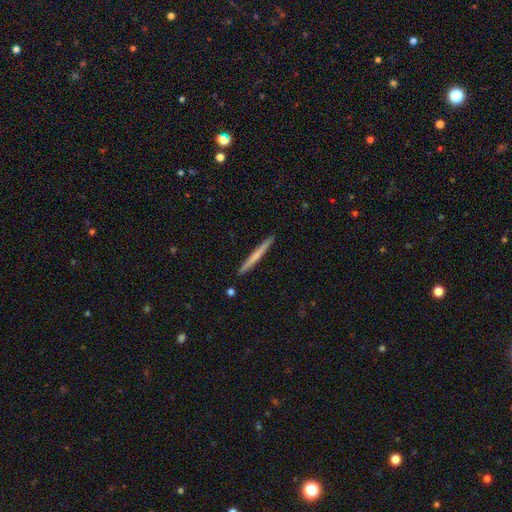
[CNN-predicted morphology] Smooth or featured? smooth (59%)
How rounded? cigar-shaped (97%)
Merging? none (93%)